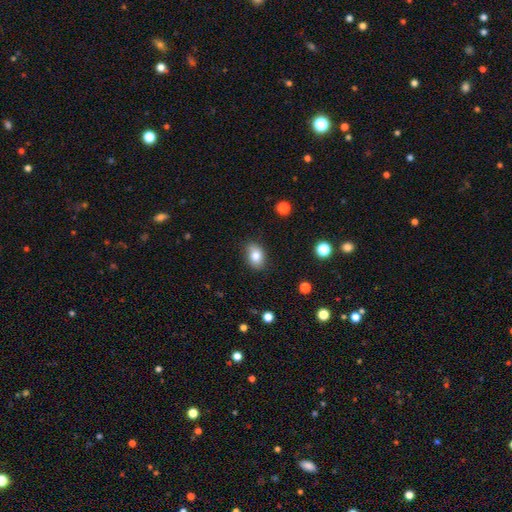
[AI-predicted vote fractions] The model was most divided on "how rounded": in between: 79%, round: 20%, cigar-shaped: 1%. More confident: smooth or featured — smooth (82%); merging — none (81%).